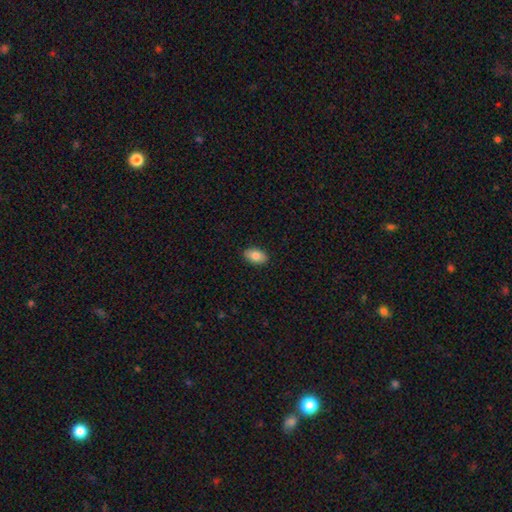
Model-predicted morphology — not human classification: A smooth galaxy with no disk features (82%) that is in between round and cigar-shaped (91%). Merging: none (89%).